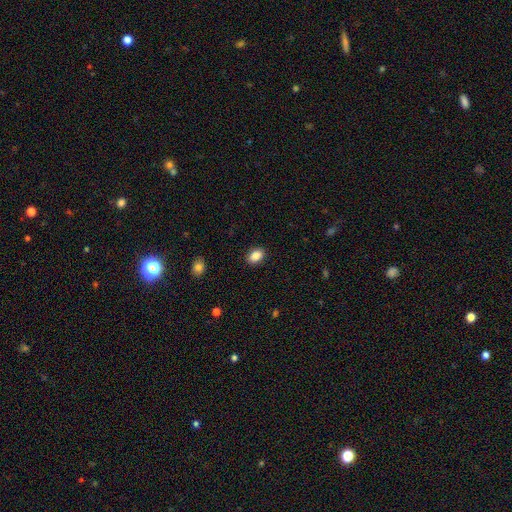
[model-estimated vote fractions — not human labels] smooth_or_featured: smooth (p=0.87) [alt: star or artifact p=0.08]
how_rounded: in between (p=0.81) [alt: round p=0.18]
merging: none (p=0.89) [alt: minor disturbance p=0.07]